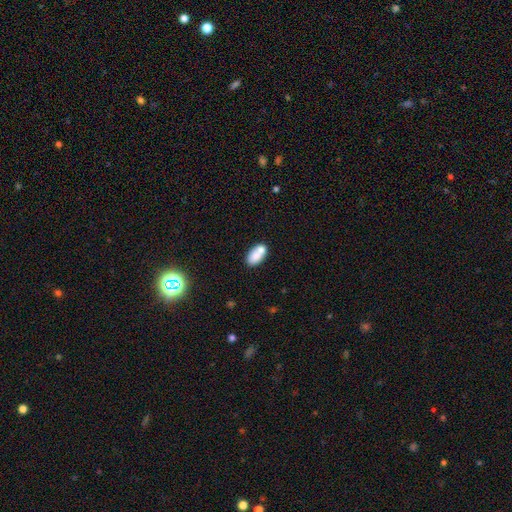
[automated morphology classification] This is likely a smooth galaxy (77%). How rounded: clearly in between (90%). Merging: possibly none (51%).